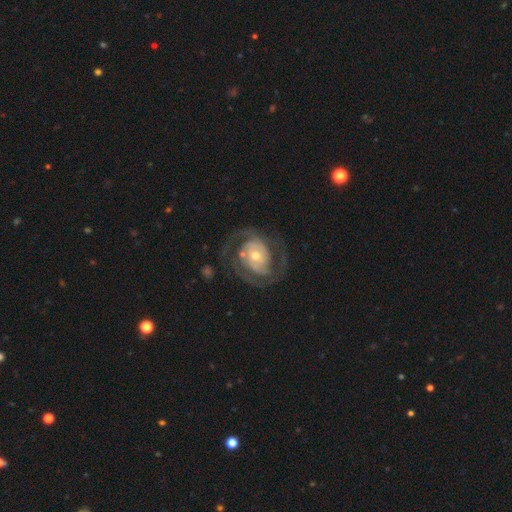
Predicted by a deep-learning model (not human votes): Smooth or featured? featured or disk (87%)
Edge-on disk? no (98%)
Bar? no (63%)
Spiral arms? yes (93%)
Spiral winding? tight (44%)
Spiral arm count? 2 (78%)
Bulge size? moderate (58%)
Merging? none (68%)